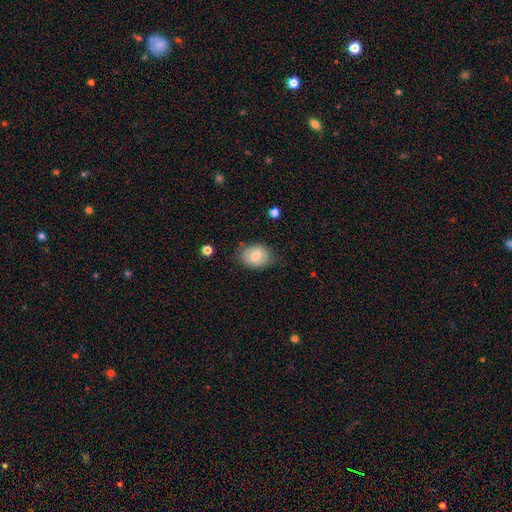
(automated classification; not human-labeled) Q: Smooth or featured?
A: smooth (72%); runner-up: featured or disk (21%)
Q: How rounded?
A: in between (54%); runner-up: round (45%)
Q: Merging?
A: none (75%); runner-up: minor disturbance (19%)